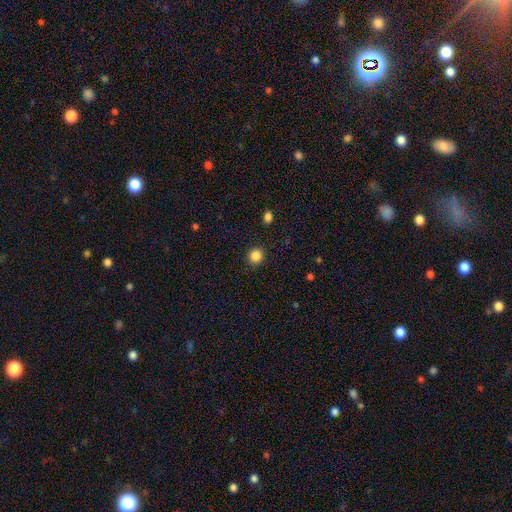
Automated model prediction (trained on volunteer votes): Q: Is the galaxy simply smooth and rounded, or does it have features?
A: smooth — 86%.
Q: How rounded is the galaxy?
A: round — 91%.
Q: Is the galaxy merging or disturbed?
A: none — 92%.